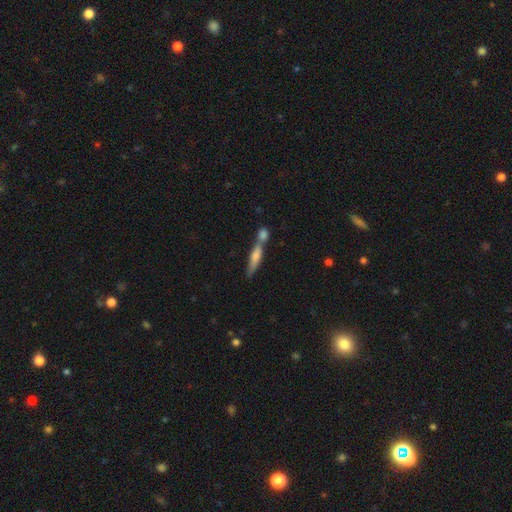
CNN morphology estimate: Smooth or featured? smooth (55%)
How rounded? cigar-shaped (83%)
Merging? merger (48%)